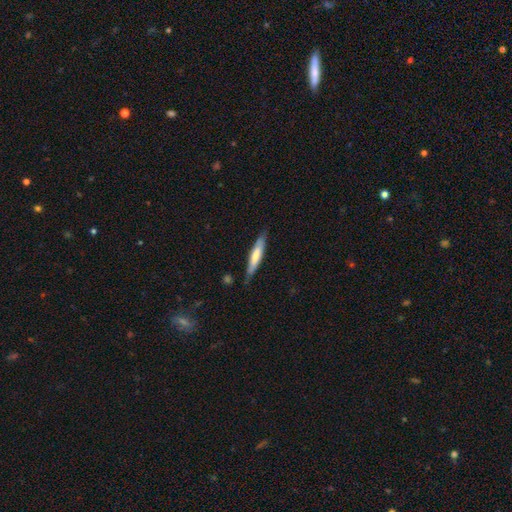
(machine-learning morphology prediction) Smooth or featured: smooth — 63% (featured or disk — 32%)
How rounded: cigar-shaped — 85% (in between — 13%)
Merging: none — 79% (minor disturbance — 16%)